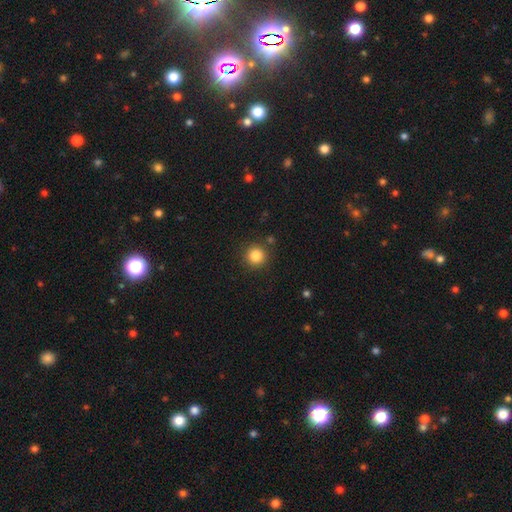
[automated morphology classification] A smooth galaxy with no disk features (84%) that is round (95%).

Vote fractions:
- Smooth or featured? smooth: 84% / star or artifact: 11% / featured or disk: 5%
- How rounded? round: 95% / in between: 4% / cigar-shaped: 1%
- Merging? none: 88% / minor disturbance: 7% / merger: 3% / major disturbance: 2%